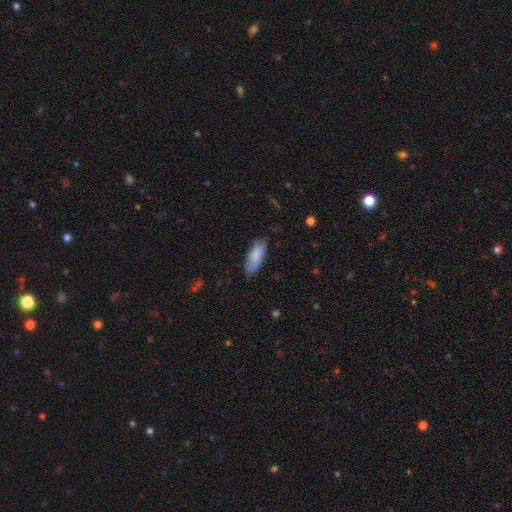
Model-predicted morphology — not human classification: smooth_or_featured: smooth (p=0.85) [alt: featured or disk p=0.09]
how_rounded: in between (p=0.77) [alt: cigar-shaped p=0.21]
merging: none (p=0.73) [alt: minor disturbance p=0.22]